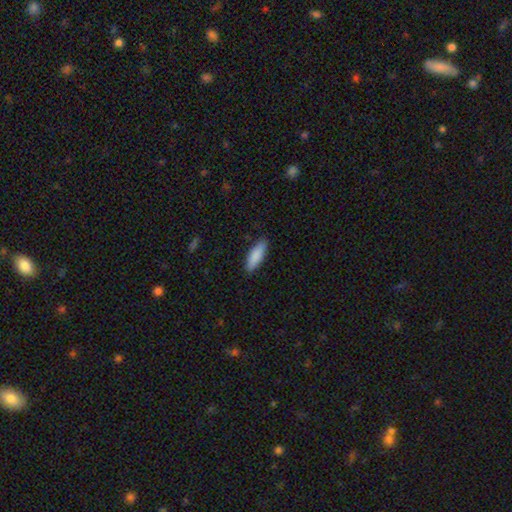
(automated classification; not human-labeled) Smooth or featured: smooth — 88% (featured or disk — 7%)
How rounded: in between — 55% (cigar-shaped — 43%)
Merging: none — 88% (minor disturbance — 9%)